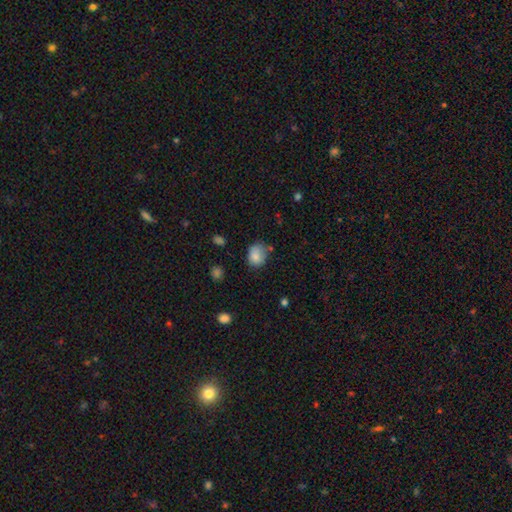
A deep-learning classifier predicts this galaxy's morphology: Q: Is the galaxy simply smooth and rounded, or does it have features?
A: smooth — 82%.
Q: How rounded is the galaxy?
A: round — 50%.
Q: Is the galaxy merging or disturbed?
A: none — 60%.